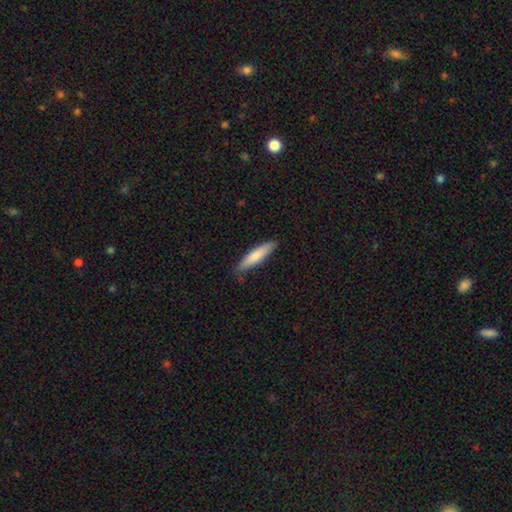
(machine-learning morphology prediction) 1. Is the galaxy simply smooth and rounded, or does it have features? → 78% smooth, 16% featured or disk, 5% star or artifact.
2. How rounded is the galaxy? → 79% cigar-shaped, 20% in between, 1% round.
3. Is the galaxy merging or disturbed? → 84% none, 13% minor disturbance, 2% major disturbance, 1% merger.